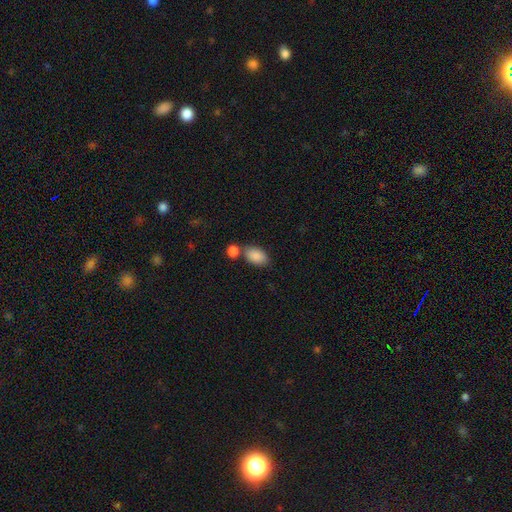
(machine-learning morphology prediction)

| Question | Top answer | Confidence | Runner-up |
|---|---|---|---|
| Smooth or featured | smooth | 88% | star or artifact (7%) |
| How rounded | in between | 92% | round (7%) |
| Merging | none | 58% | merger (25%) |